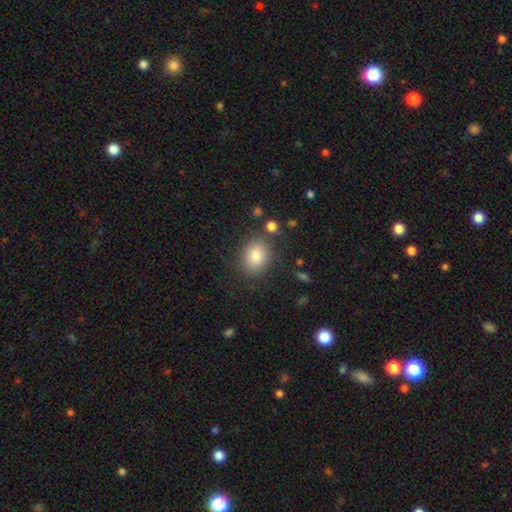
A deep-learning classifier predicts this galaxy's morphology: Smooth or featured?
  - smooth: 83% *
  - star or artifact: 9%
  - featured or disk: 8%
How rounded?
  - in between: 57% *
  - round: 42%
  - cigar-shaped: 1%
Merging?
  - none: 82% *
  - minor disturbance: 11%
  - major disturbance: 4%
  - merger: 3%